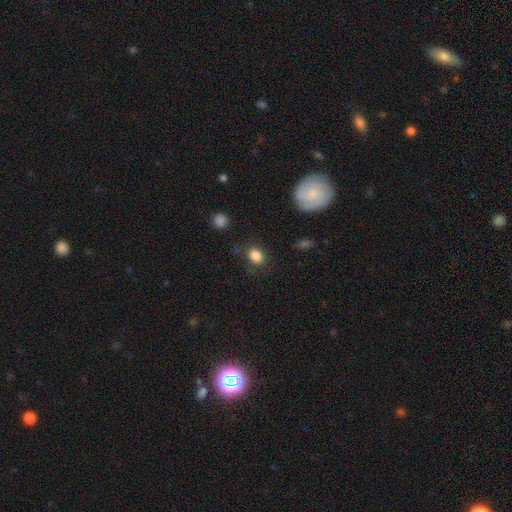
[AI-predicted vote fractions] Smooth or featured?
  - smooth: 85% *
  - star or artifact: 10%
  - featured or disk: 5%
How rounded?
  - in between: 59% *
  - round: 40%
  - cigar-shaped: 1%
Merging?
  - none: 79% *
  - minor disturbance: 14%
  - major disturbance: 4%
  - merger: 2%